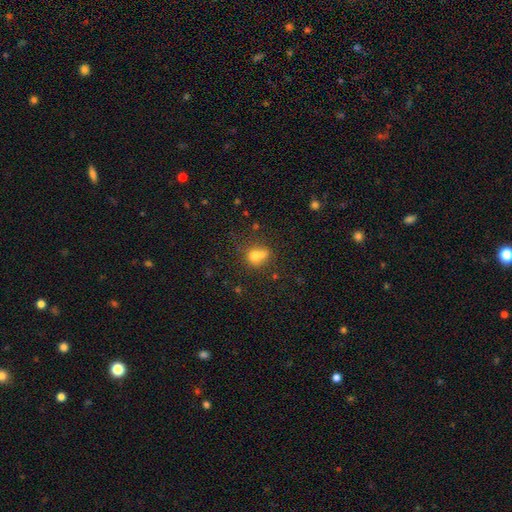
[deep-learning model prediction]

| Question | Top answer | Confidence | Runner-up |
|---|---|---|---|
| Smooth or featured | smooth | 67% | featured or disk (17%) |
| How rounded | round | 65% | in between (33%) |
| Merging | merger | 49% | none (33%) |